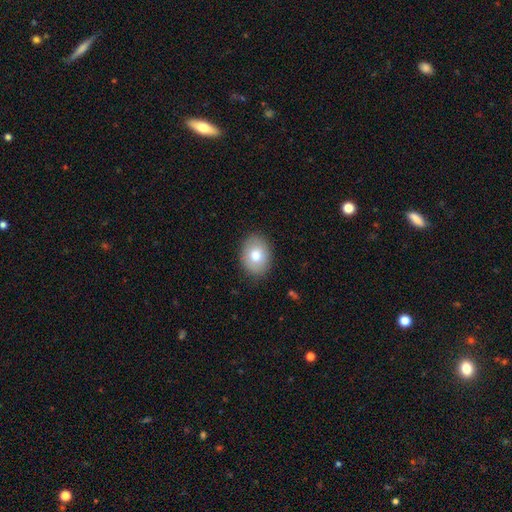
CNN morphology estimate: Smooth or featured: smooth — 75% (featured or disk — 17%)
How rounded: in between — 64% (round — 35%)
Merging: none — 86% (minor disturbance — 10%)